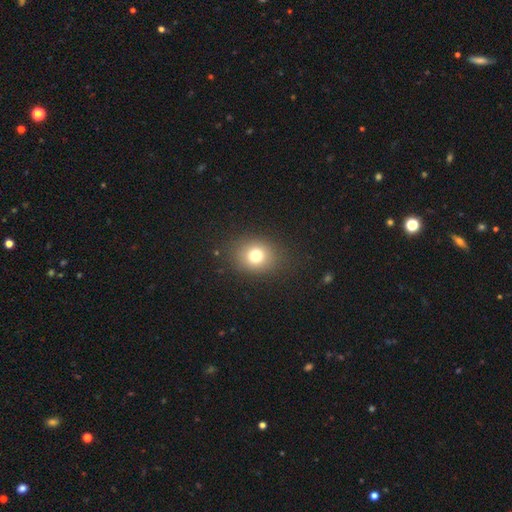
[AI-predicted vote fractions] Overall: smooth (76%). How rounded: round (63%; in between 36%). Merging: none (85%).